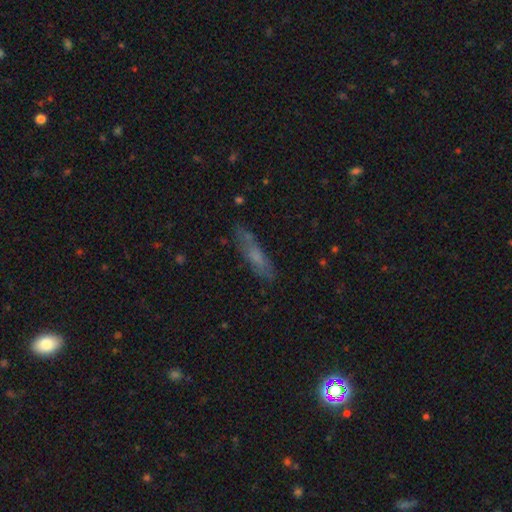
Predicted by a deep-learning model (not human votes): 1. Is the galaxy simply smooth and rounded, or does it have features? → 51% smooth, 36% featured or disk, 14% star or artifact.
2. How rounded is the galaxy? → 74% cigar-shaped, 23% in between, 3% round.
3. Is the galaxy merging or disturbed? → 74% none, 18% minor disturbance, 6% major disturbance, 2% merger.